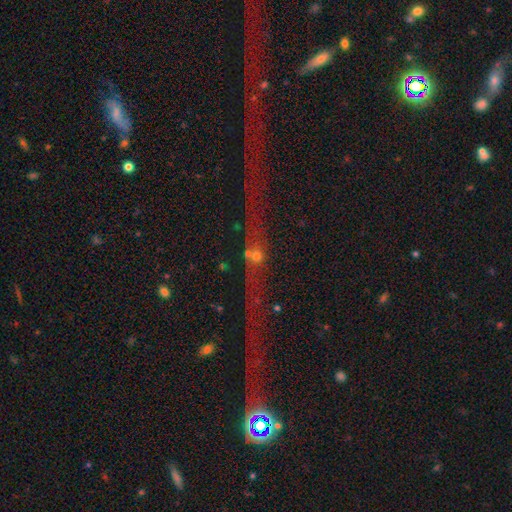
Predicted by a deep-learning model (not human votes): Smooth or featured: star or artifact — 57% (featured or disk — 30%)